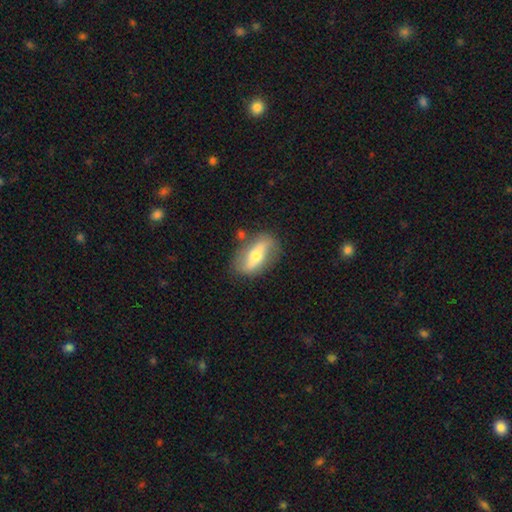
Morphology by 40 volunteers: Overall: featured or disk (60%; smooth 35%). Edge-on disk: no (88%). Bar: strong (48%; weak 29%). Spiral arms: no (52%; yes 48%). Bulge size: moderate (57%; small 33%). Merging: none (71%).